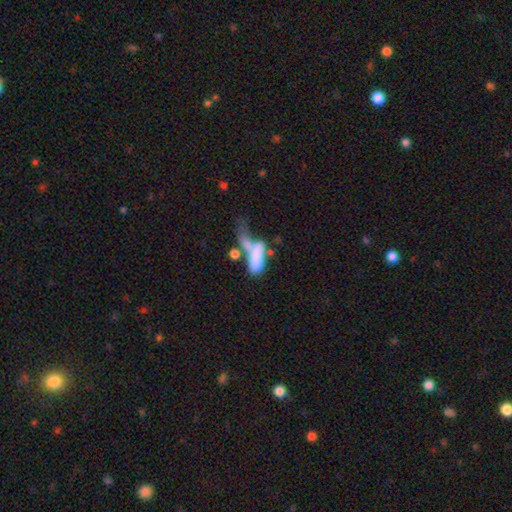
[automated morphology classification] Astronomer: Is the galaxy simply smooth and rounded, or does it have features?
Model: smooth — 65%.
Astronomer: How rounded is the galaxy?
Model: in between — 70%.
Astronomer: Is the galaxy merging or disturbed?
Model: merger — 46% (runner-up: major disturbance, 28%).